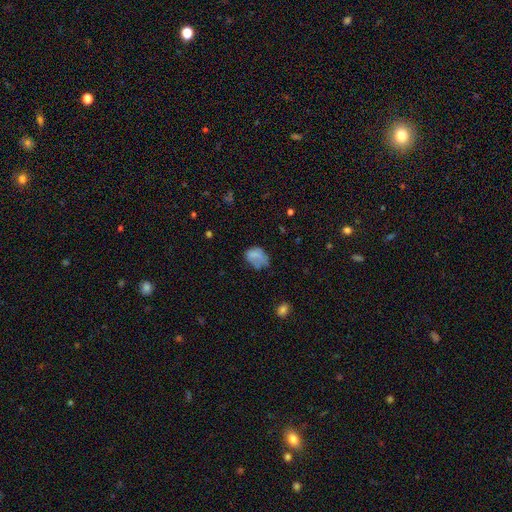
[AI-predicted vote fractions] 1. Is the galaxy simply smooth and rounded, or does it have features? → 70% smooth, 19% featured or disk, 12% star or artifact.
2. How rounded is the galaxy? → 76% in between, 23% round, 1% cigar-shaped.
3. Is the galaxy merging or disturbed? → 40% none, 34% minor disturbance, 23% major disturbance, 3% merger.